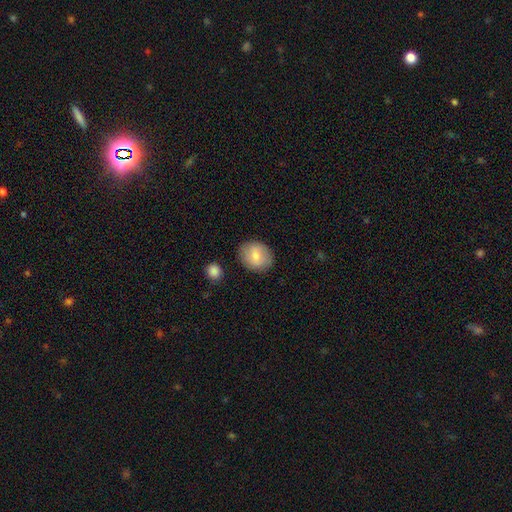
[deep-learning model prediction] smooth_or_featured: smooth (p=0.76) [alt: featured or disk p=0.16]
how_rounded: round (p=0.52) [alt: in between p=0.47]
merging: none (p=0.83) [alt: minor disturbance p=0.12]